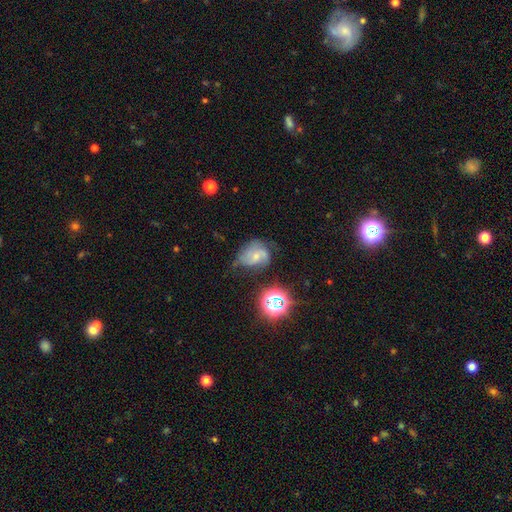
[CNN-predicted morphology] Smooth or featured?
  - featured or disk: 55% *
  - smooth: 30%
  - star or artifact: 15%
Edge-on disk?
  - no: 97% *
  - yes: 3%
Bar?
  - no: 64% *
  - weak: 29%
  - strong: 7%
Spiral arms?
  - yes: 81% *
  - no: 19%
Bulge size?
  - small: 59% *
  - moderate: 31%
  - none: 7%
  - large: 2%
  - dominant: 1%
Merging?
  - none: 38% *
  - minor disturbance: 34%
  - major disturbance: 22%
  - merger: 6%